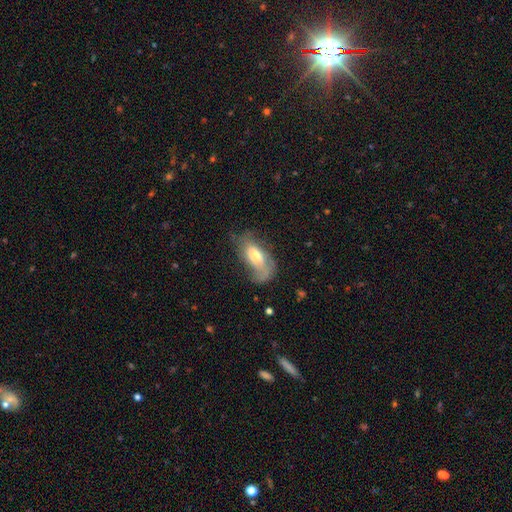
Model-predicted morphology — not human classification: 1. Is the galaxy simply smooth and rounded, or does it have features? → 46% smooth (tied), 46% featured or disk (tied), 8% star or artifact.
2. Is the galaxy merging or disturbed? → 39% none, 29% minor disturbance, 28% major disturbance, 4% merger.